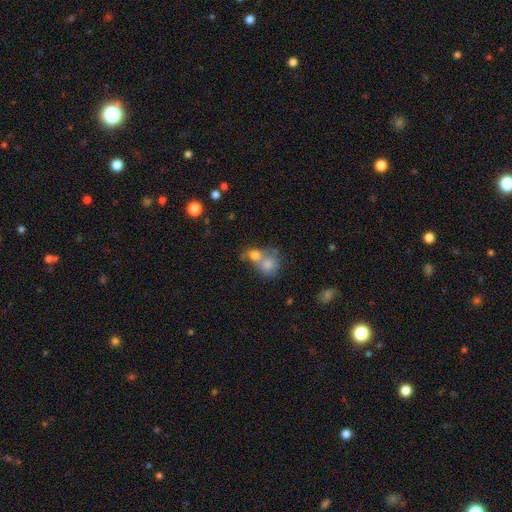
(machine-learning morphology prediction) This is likely a smooth galaxy (73%). How rounded: likely round (69%). Merging: likely merger (61%).